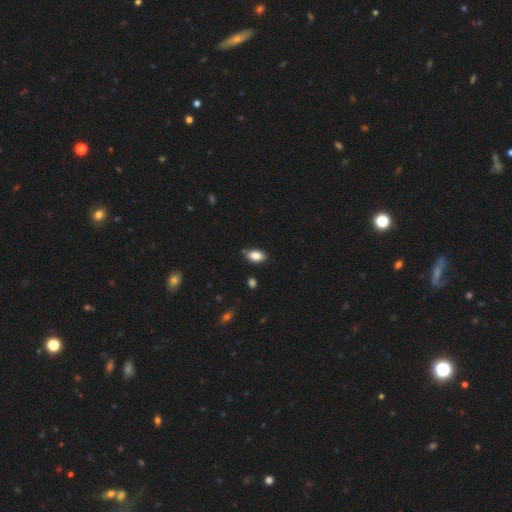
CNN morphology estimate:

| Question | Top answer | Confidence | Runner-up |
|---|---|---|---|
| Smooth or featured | smooth | 86% | star or artifact (8%) |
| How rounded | in between | 91% | round (7%) |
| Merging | none | 79% | minor disturbance (16%) |